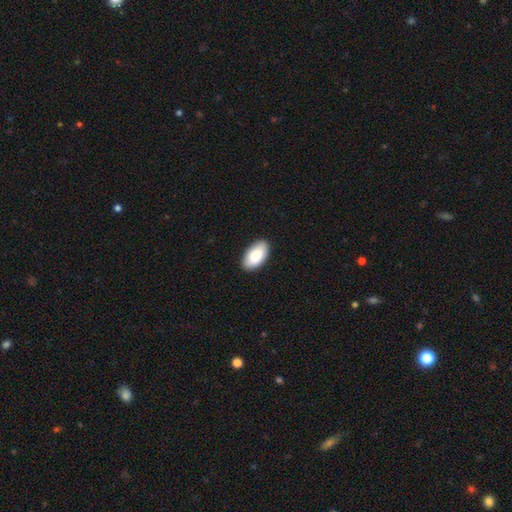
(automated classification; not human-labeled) Smooth or featured?
  - smooth: 87% *
  - featured or disk: 8%
  - star or artifact: 6%
How rounded?
  - in between: 96% *
  - round: 2%
  - cigar-shaped: 2%
Merging?
  - none: 89% *
  - minor disturbance: 9%
  - major disturbance: 2%
  - merger: 1%